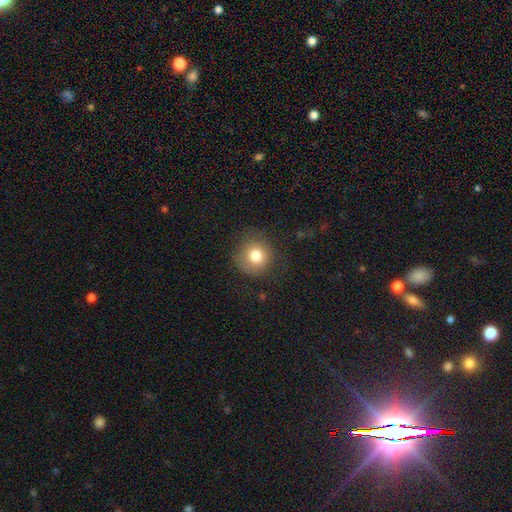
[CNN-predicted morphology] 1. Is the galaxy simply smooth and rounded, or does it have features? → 80% smooth, 10% star or artifact, 9% featured or disk.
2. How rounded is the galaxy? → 90% round, 9% in between, 1% cigar-shaped.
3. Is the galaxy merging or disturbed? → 77% none, 15% minor disturbance, 6% major disturbance, 1% merger.